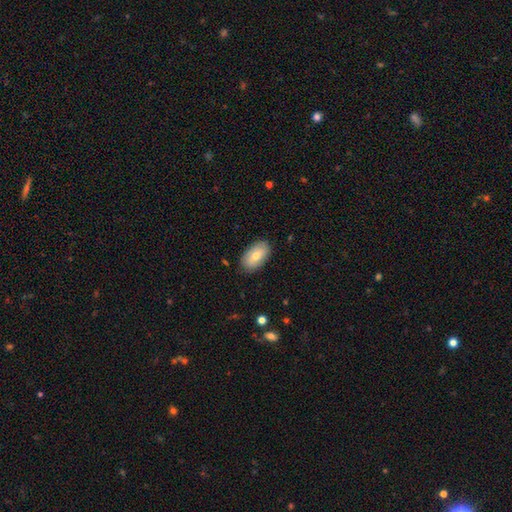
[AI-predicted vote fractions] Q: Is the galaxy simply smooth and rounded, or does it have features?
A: smooth — 69%.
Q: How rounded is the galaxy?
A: in between — 94%.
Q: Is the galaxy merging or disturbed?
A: none — 85%.